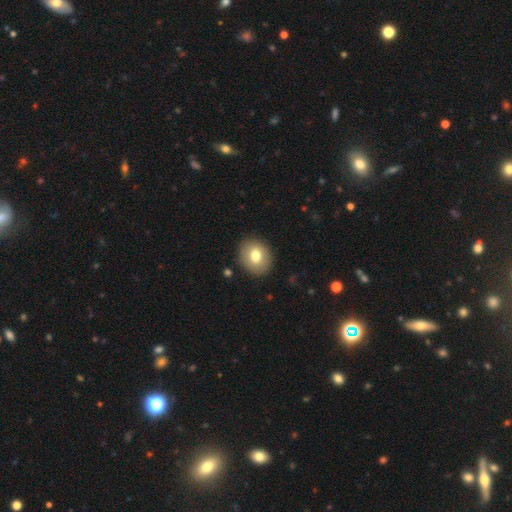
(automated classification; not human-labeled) Smooth or featured? Predicted: smooth (p=0.75). How rounded? Predicted: round (p=0.58). Merging? Predicted: none (p=0.88).